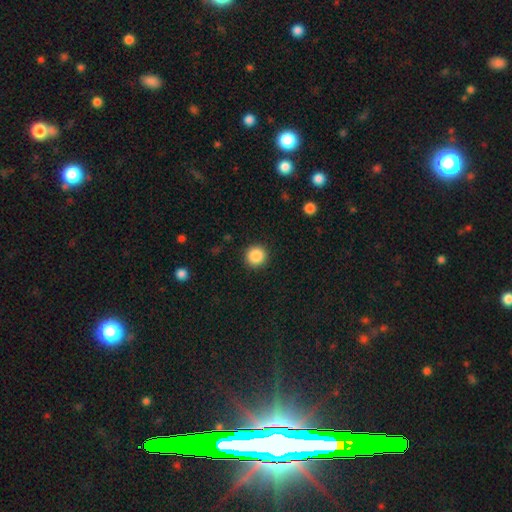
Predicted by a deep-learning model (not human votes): Morphology: type=smooth (88%); roundness=round (94%); merging=none (92%).